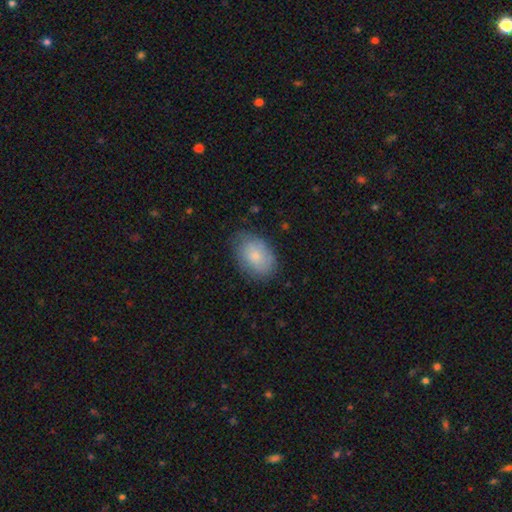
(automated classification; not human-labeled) smooth-or-featured: smooth: 72% | featured or disk: 21% | star or artifact: 7%
  how-rounded: in between: 84% | round: 15% | cigar-shaped: 1%
  merging: none: 73% | minor disturbance: 21% | major disturbance: 5% | merger: 1%